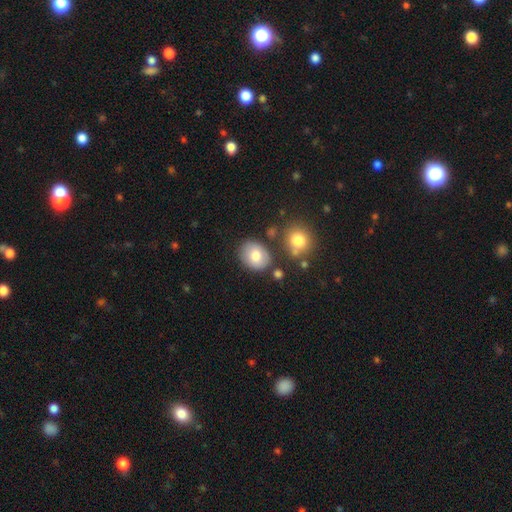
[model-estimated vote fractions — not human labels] Q: Smooth or featured?
A: smooth (78%); runner-up: featured or disk (13%)
Q: How rounded?
A: round (51%); runner-up: in between (48%)
Q: Merging?
A: none (76%); runner-up: minor disturbance (13%)